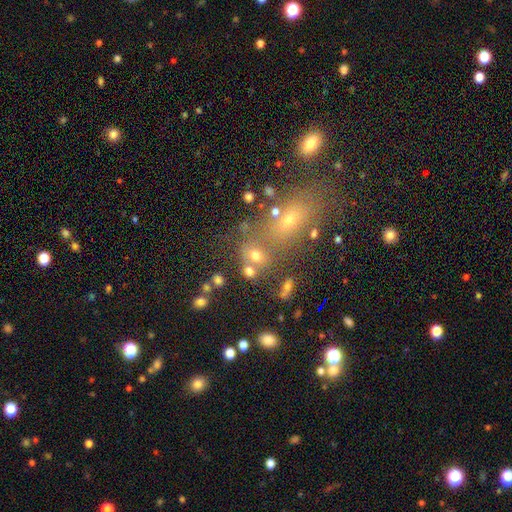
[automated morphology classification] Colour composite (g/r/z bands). It shows a smooth galaxy with no disk features (63%) that is round (58%). Merging: none (52%).